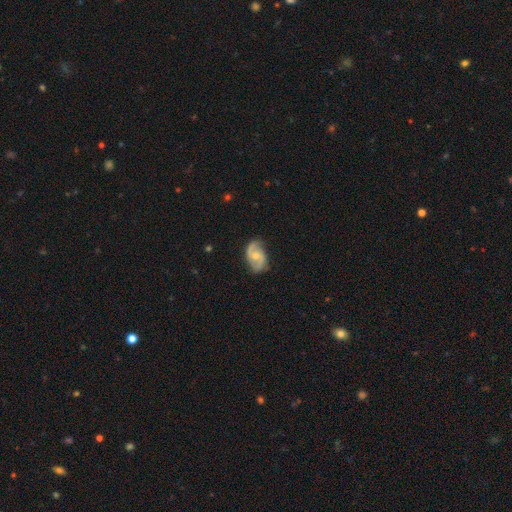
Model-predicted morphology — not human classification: This is clearly a featured or disk galaxy (82%). It is clearly not viewed edge-on (97%). Bar: possibly no (52%). Spiral arm pattern: clearly yes (95%). Spiral arm count: clearly 2 (91%). Spiral winding: possibly medium (50%). Central bulge: possibly small (49%). Merging: likely none (78%).